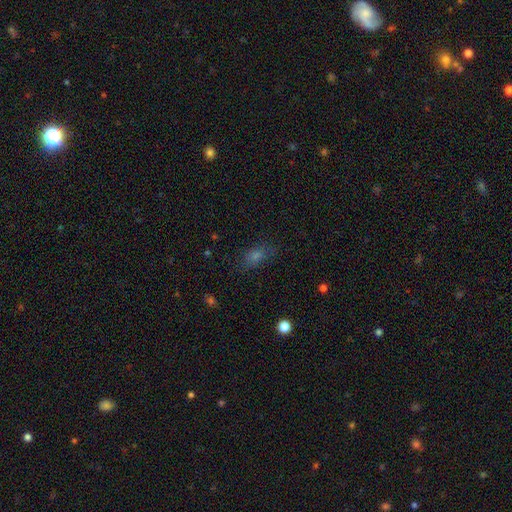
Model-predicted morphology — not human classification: type=smooth (59%); roundness=in between (74%); merging=none (79%).